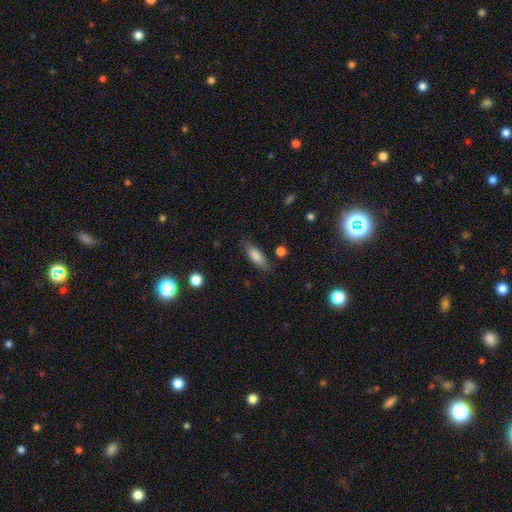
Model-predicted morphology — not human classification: This appears to be a smooth galaxy with no disk features (81%) that is in between round and cigar-shaped (61%). Merging: none (82%).